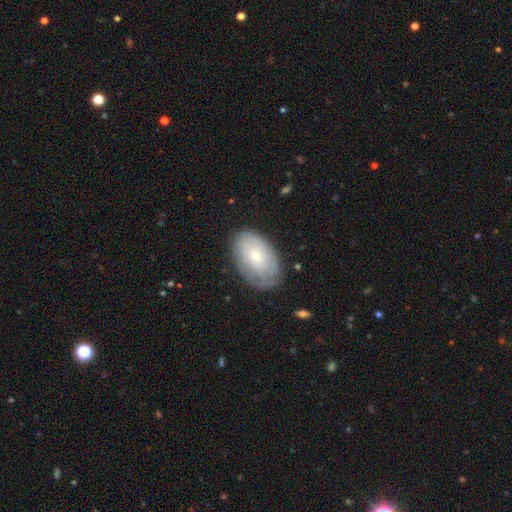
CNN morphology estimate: This is possibly a featured or disk galaxy (47%). Merging: likely none (75%).